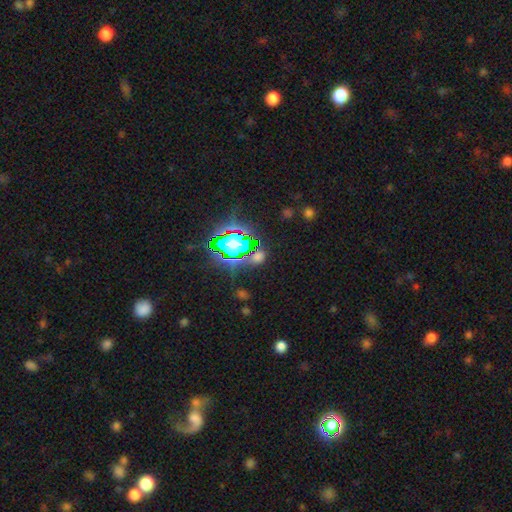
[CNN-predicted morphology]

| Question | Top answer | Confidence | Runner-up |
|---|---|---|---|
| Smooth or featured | star or artifact | 72% | smooth (18%) |